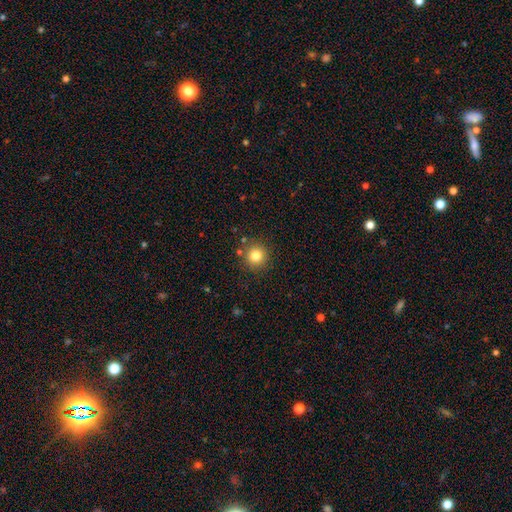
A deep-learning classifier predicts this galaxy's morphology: smooth-or-featured: smooth: 82% | star or artifact: 12% | featured or disk: 7%
  how-rounded: round: 94% | in between: 6% | cigar-shaped: 1%
  merging: none: 87% | minor disturbance: 8% | merger: 3% | major disturbance: 3%